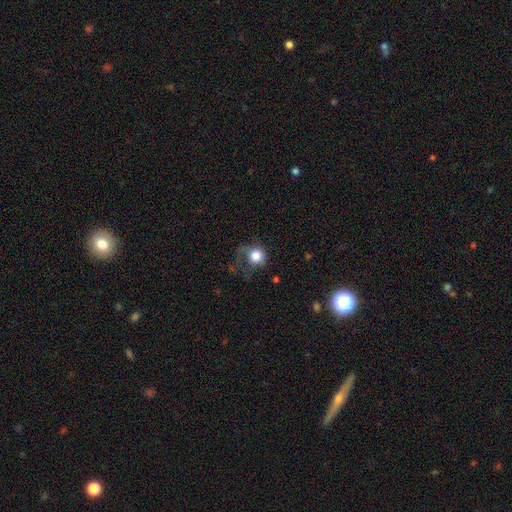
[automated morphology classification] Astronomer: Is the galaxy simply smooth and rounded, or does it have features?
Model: smooth — 77%.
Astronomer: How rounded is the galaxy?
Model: round — 81%.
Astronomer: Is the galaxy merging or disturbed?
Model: major disturbance — 38% (runner-up: none, 34%).